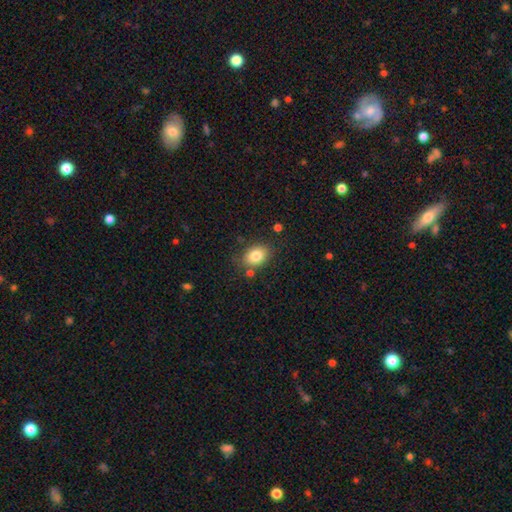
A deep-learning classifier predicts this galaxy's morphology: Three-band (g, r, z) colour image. It shows a smooth galaxy with no disk features (83%) that is in between round and cigar-shaped (73%). Merging: none (77%).